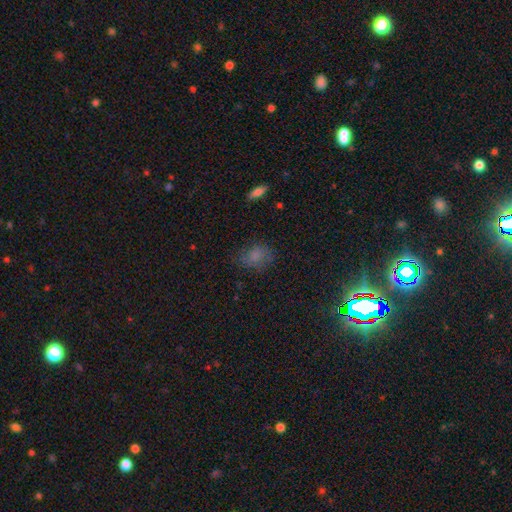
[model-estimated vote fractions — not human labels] Smooth or featured? smooth (72%)
How rounded? in between (67%)
Merging? none (66%)